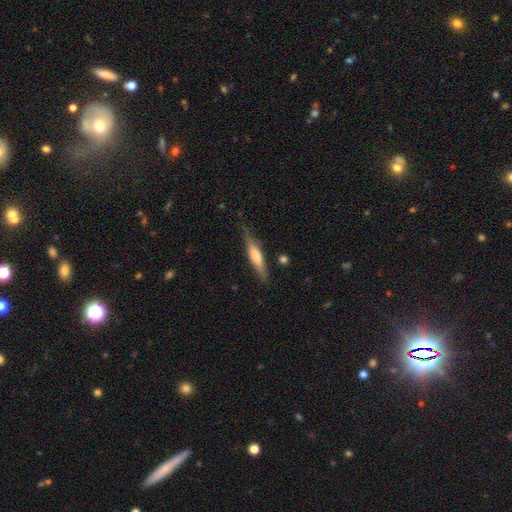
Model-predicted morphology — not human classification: This is possibly a featured or disk galaxy (51%). It is clearly viewed edge-on (94%). Merging: likely none (80%).